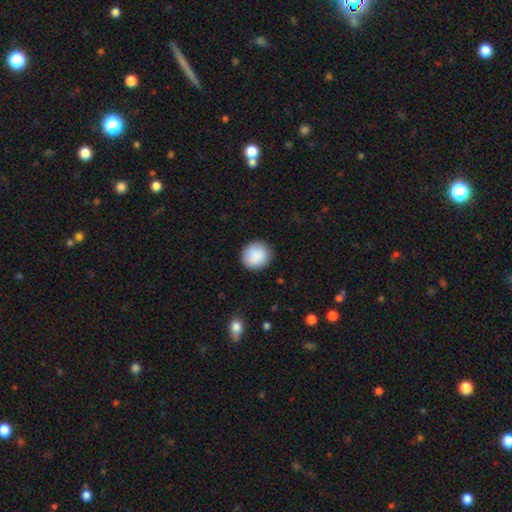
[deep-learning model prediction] Morphology: type=smooth (89%); roundness=round (89%); merging=none (88%).